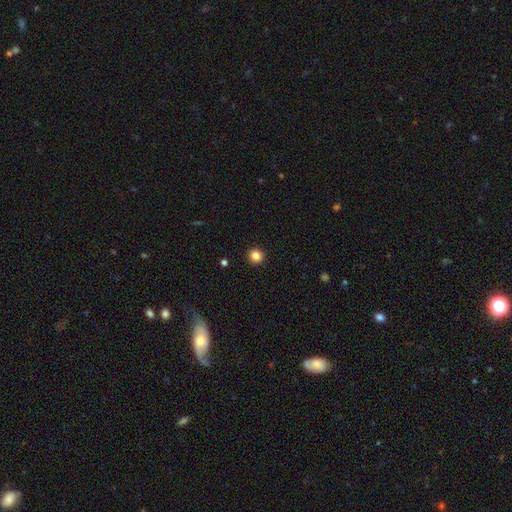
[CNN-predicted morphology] Overall: smooth (85%). How rounded: round (92%). Merging: none (93%).